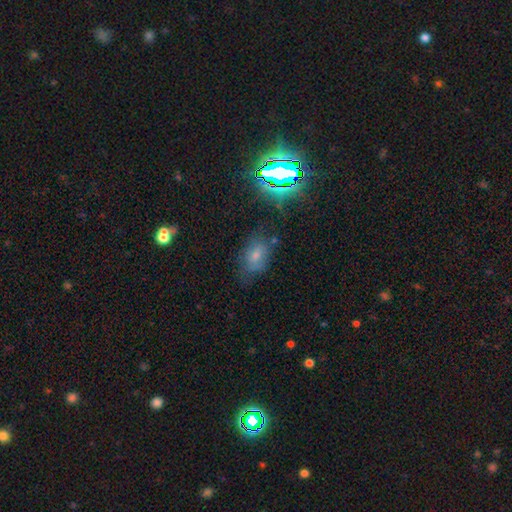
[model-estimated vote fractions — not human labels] Smooth or featured: smooth — 54% (star or artifact — 25%)
How rounded: in between — 83% (round — 14%)
Merging: none — 63% (minor disturbance — 24%)